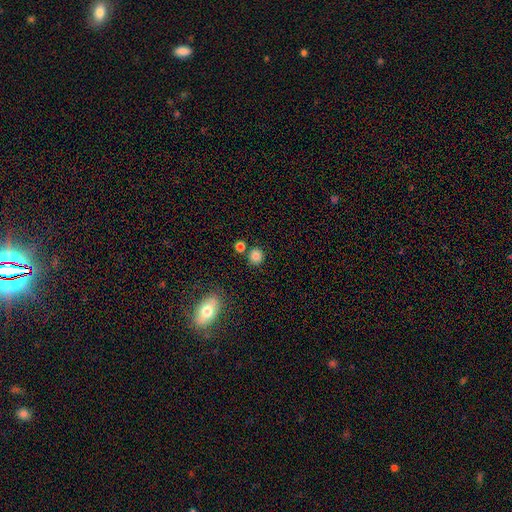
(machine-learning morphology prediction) This is clearly a smooth galaxy (83%). How rounded: clearly round (88%). Merging: likely none (79%).